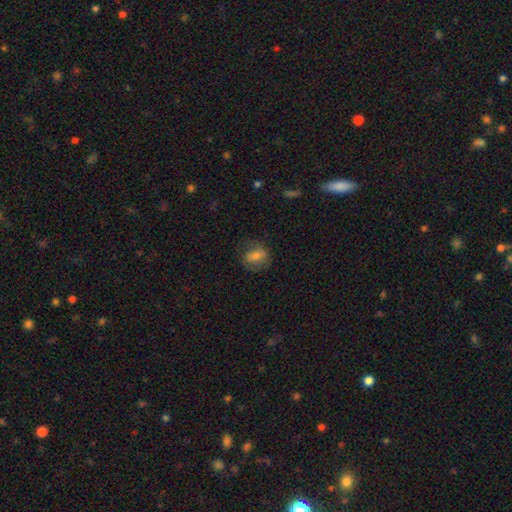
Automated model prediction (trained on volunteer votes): Smooth or featured? Predicted: smooth (p=0.63). How rounded? Predicted: in between (p=0.50). Merging? Predicted: none (p=0.68).